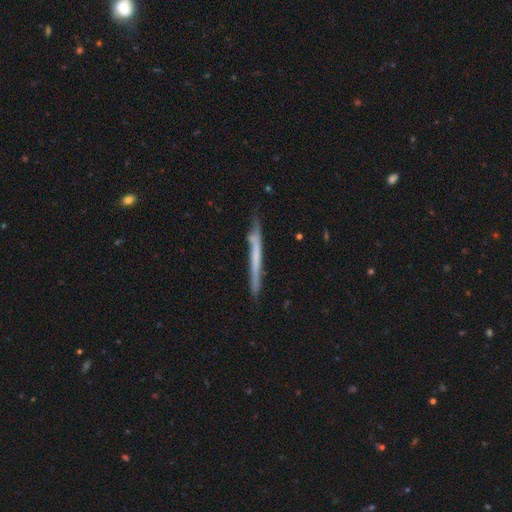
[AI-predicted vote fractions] The model was most divided on "smooth or featured": featured or disk: 50%, smooth: 44%, star or artifact: 6%. More confident: edge-on disk — yes (95%); merging — none (80%).